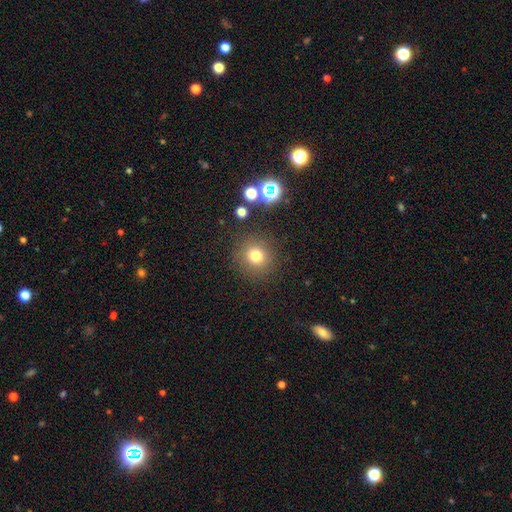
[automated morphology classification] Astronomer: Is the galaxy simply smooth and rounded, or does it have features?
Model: smooth — 76%.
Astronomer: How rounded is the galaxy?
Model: round — 92%.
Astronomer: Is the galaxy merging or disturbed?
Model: none — 86%.